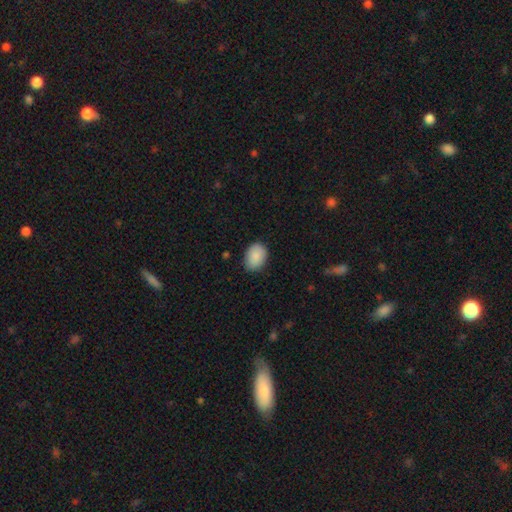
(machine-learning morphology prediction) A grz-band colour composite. It shows a smooth galaxy with no disk features (89%) that is in between round and cigar-shaped (75%). Merging: none (84%).